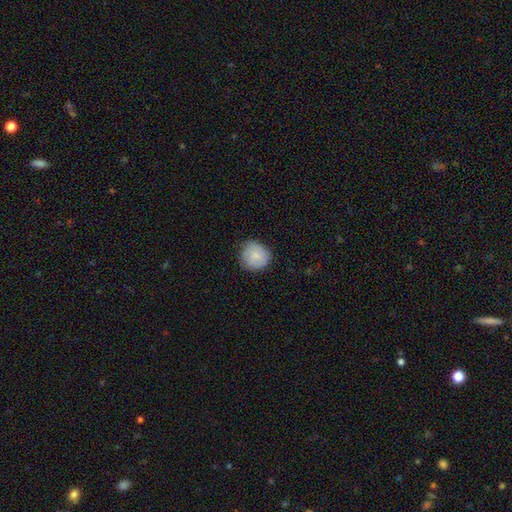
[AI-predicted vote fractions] smooth 83%, featured or disk 10%, star or artifact 7%. Down the decision tree: how rounded — round (88%); merging — none (78%).